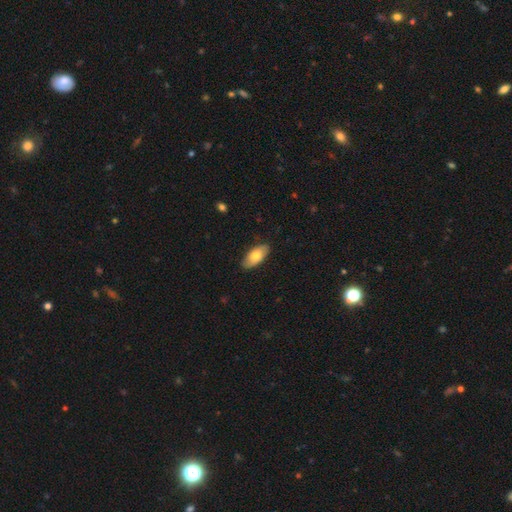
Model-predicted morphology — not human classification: A smooth galaxy with no disk features (73%) that is in between round and cigar-shaped (92%).

Vote fractions:
- Smooth or featured? smooth: 73% / featured or disk: 21% / star or artifact: 6%
- How rounded? in between: 92% / cigar-shaped: 6% / round: 2%
- Merging? none: 85% / minor disturbance: 12% / major disturbance: 2% / merger: 1%